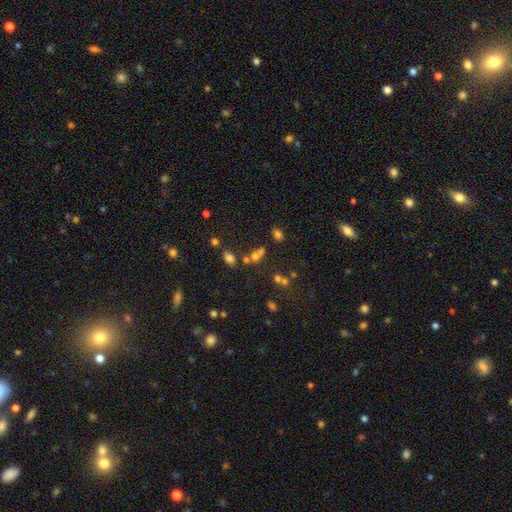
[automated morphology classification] A smooth galaxy with no disk features (58%) that is in between round and cigar-shaped (60%).

Vote fractions:
- Smooth or featured? smooth: 58% / star or artifact: 26% / featured or disk: 15%
- How rounded? in between: 60% / round: 36% / cigar-shaped: 4%
- Merging? none: 48% / merger: 34% / minor disturbance: 12% / major disturbance: 6%